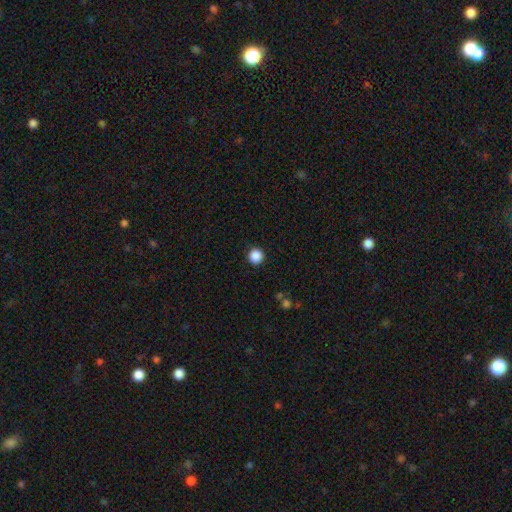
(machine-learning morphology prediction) Smooth or featured? Predicted: smooth (p=0.87). How rounded? Predicted: round (p=0.96). Merging? Predicted: none (p=0.93).